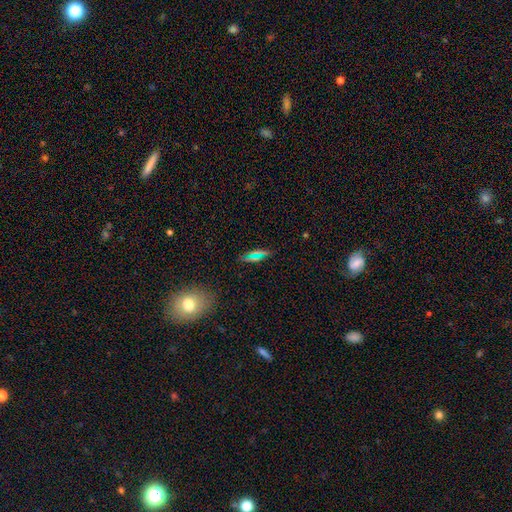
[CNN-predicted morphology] This appears to be a smooth galaxy with no disk features (60%) that is in between round and cigar-shaped (65%). Merging: none (80%).